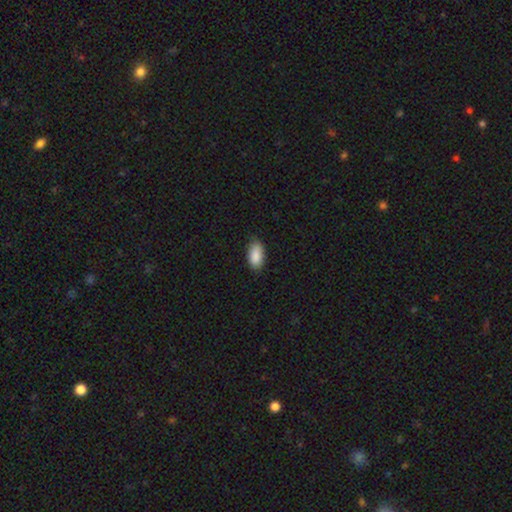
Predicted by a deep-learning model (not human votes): Smooth or featured? Predicted: smooth (p=0.89). How rounded? Predicted: in between (p=0.92). Merging? Predicted: none (p=0.83).